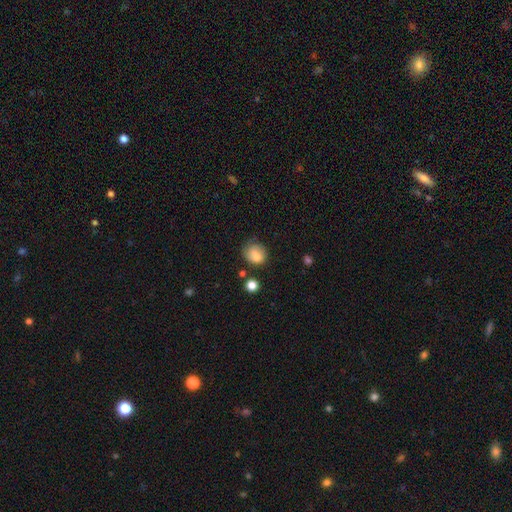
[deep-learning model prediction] A smooth galaxy with no disk features (79%) that is round (70%).

Vote fractions:
- Smooth or featured? smooth: 79% / featured or disk: 11% / star or artifact: 10%
- How rounded? round: 70% / in between: 29% / cigar-shaped: 1%
- Merging? none: 57% / minor disturbance: 27% / major disturbance: 10% / merger: 6%